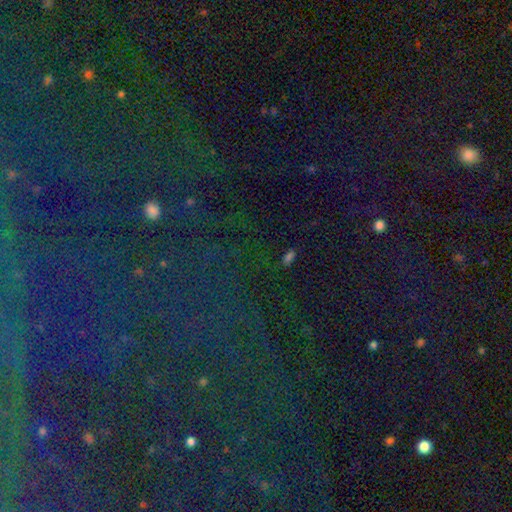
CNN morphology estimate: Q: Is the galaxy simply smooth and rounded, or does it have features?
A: star or artifact — 80%.